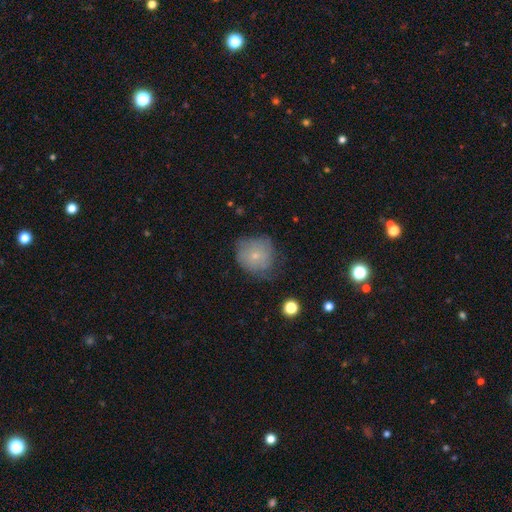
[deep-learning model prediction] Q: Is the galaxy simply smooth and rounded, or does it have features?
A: smooth — 61%.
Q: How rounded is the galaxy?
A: round — 84%.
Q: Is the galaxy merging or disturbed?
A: none — 53%.